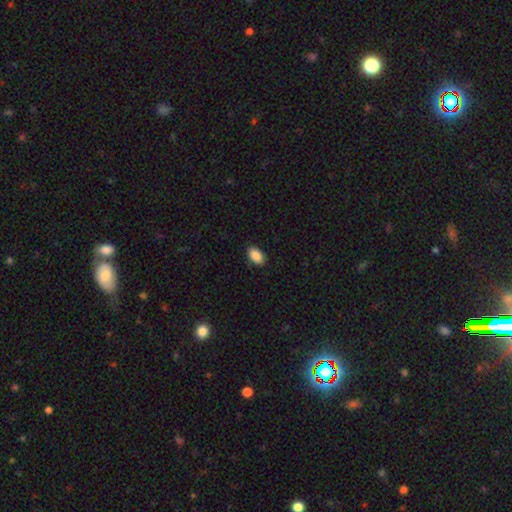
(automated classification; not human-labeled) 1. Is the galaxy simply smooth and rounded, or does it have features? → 89% smooth, 7% star or artifact, 4% featured or disk.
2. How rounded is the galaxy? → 93% in between, 6% round, 2% cigar-shaped.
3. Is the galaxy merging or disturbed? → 88% none, 9% minor disturbance, 2% major disturbance, 1% merger.